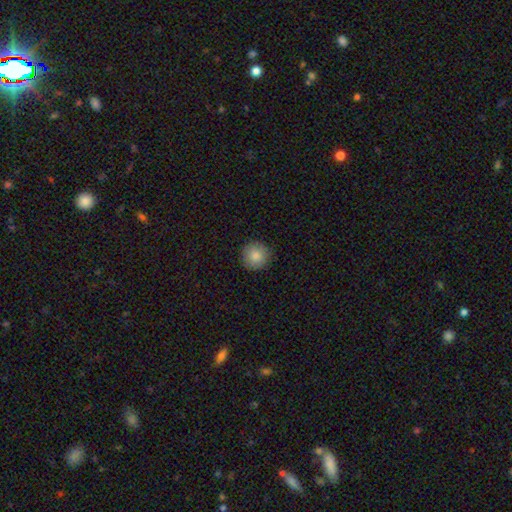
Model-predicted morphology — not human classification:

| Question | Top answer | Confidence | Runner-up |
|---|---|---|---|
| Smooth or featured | smooth | 86% | star or artifact (8%) |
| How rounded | round | 94% | in between (5%) |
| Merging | none | 89% | minor disturbance (8%) |